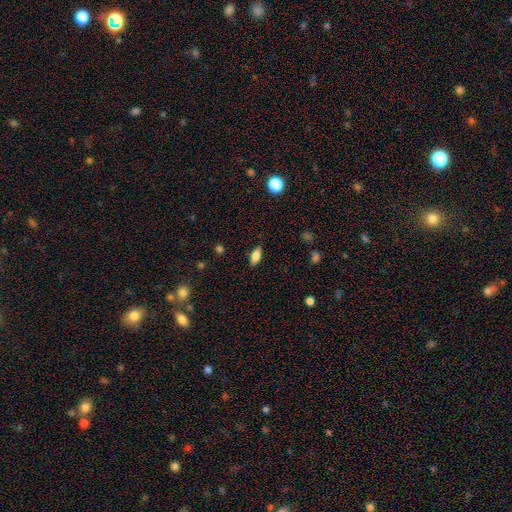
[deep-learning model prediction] This appears to be a smooth galaxy with no disk features (78%) that is in between round and cigar-shaped (81%). Merging: none (86%).